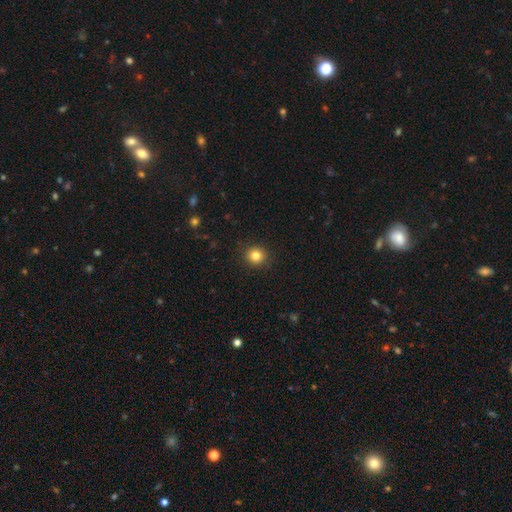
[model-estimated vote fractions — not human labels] Smooth or featured: smooth — 83% (star or artifact — 11%)
How rounded: round — 90% (in between — 9%)
Merging: none — 91% (minor disturbance — 6%)